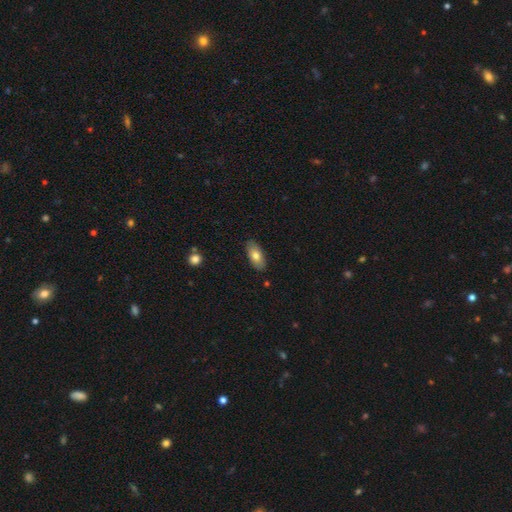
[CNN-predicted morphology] Smooth or featured? Predicted: smooth (p=0.77). How rounded? Predicted: in between (p=0.88). Merging? Predicted: none (p=0.87).